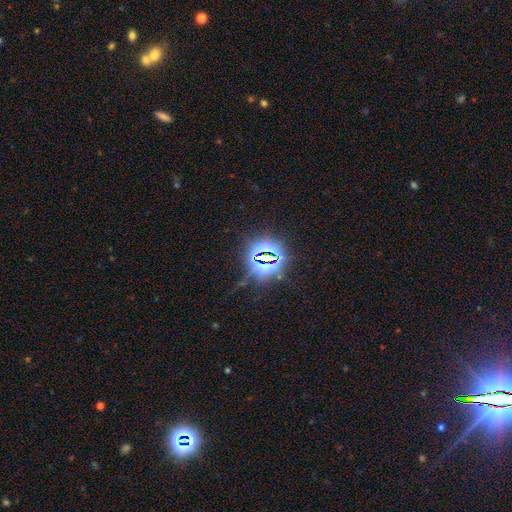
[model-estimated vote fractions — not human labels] Morphology: type=star or artifact (81%).